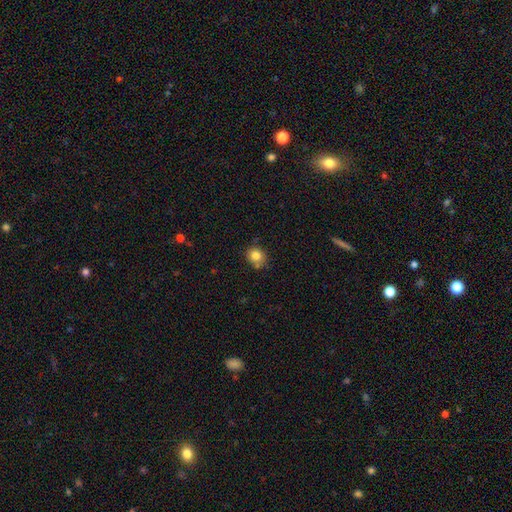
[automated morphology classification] smooth-or-featured: smooth: 81% | star or artifact: 11% | featured or disk: 8%
  how-rounded: round: 80% | in between: 19% | cigar-shaped: 1%
  merging: none: 73% | minor disturbance: 17% | merger: 7% | major disturbance: 3%